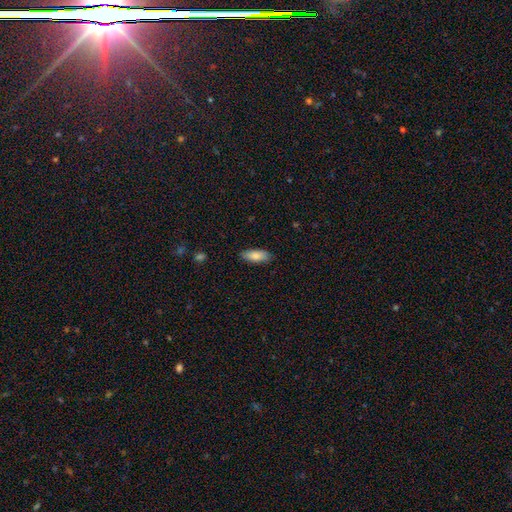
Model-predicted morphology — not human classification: Smooth or featured? smooth (85%)
How rounded? in between (75%)
Merging? none (85%)